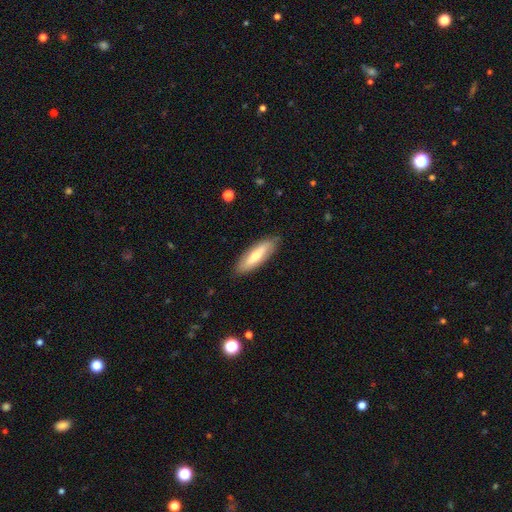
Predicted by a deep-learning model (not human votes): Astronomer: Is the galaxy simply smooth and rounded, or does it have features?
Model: smooth — 64%.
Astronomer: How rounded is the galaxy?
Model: cigar-shaped — 51% (runner-up: in between, 48%).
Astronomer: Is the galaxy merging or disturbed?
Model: none — 84%.